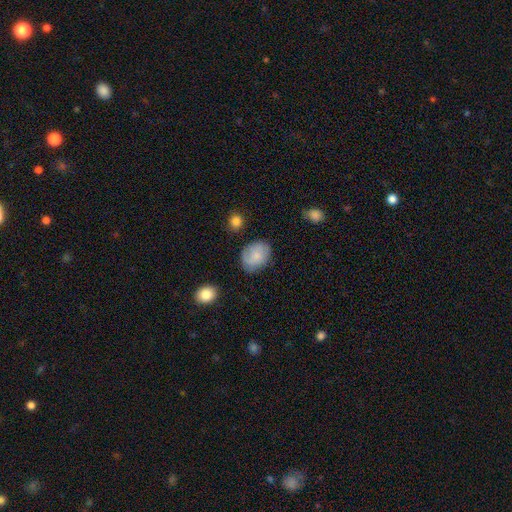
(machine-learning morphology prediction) A smooth galaxy with no disk features (72%) that is in between round and cigar-shaped (65%).

Vote fractions:
- Smooth or featured? smooth: 72% / featured or disk: 20% / star or artifact: 8%
- How rounded? in between: 65% / round: 34% / cigar-shaped: 1%
- Merging? none: 72% / minor disturbance: 20% / major disturbance: 5% / merger: 2%